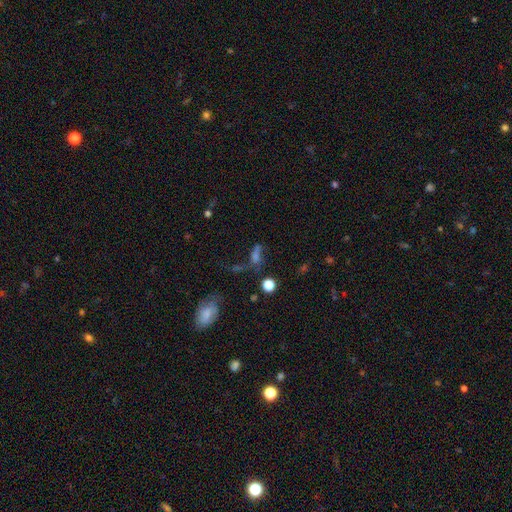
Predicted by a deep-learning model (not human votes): Overall: smooth (40%; star or artifact 33%). Merging: none (43%; major disturbance 21%).